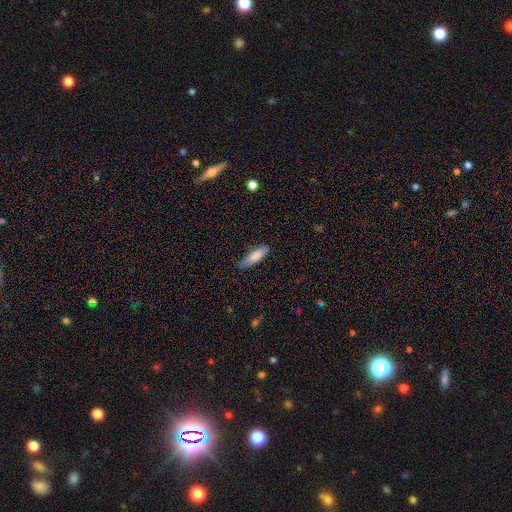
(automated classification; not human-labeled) smooth-or-featured: smooth: 80% | featured or disk: 14% | star or artifact: 6%
  how-rounded: cigar-shaped: 59% | in between: 39% | round: 2%
  merging: none: 76% | minor disturbance: 19% | major disturbance: 3% | merger: 1%